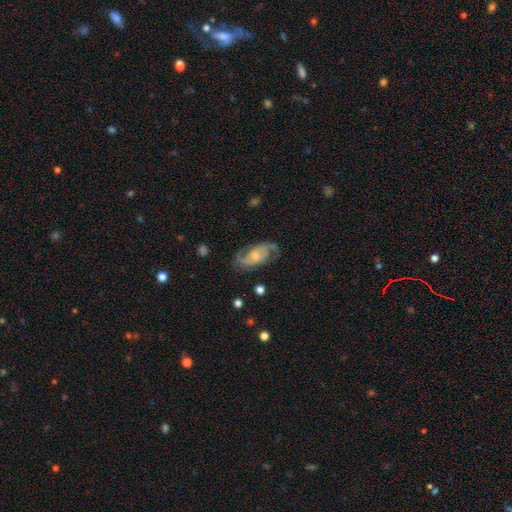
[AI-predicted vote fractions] The model was most divided on "bulge size": small: 45%, moderate: 36%, none: 11%, large: 6%, dominant: 1%. More confident: edge-on disk — no (96%); spiral arms — yes (96%); spiral arm count — 2 (88%); smooth or featured — featured or disk (83%); merging — none (74%); spiral winding — medium (52%); bar — no (52%).